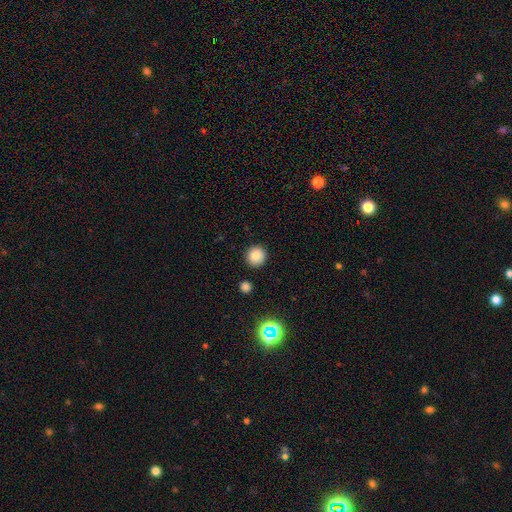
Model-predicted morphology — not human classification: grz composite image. It shows a smooth galaxy with no disk features (85%) that is round (94%). Merging: none (91%).